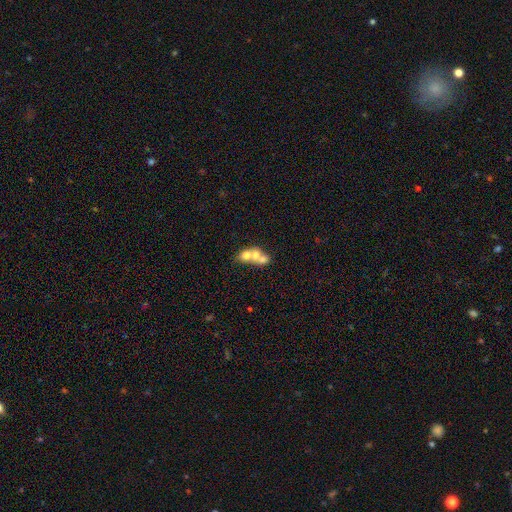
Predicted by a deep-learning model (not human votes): smooth-or-featured: smooth: 57% | featured or disk: 33% | star or artifact: 11%
  how-rounded: round: 55% | in between: 43% | cigar-shaped: 3%
  merging: merger: 73% | none: 18% | minor disturbance: 5% | major disturbance: 4%